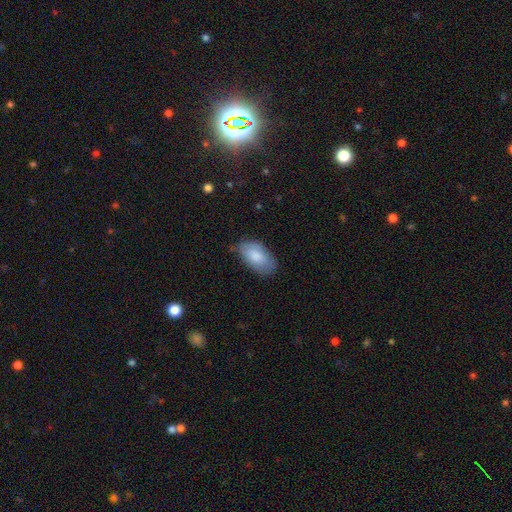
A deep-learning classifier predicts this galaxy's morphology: Overall: smooth (83%). How rounded: in between (95%). Merging: none (67%).